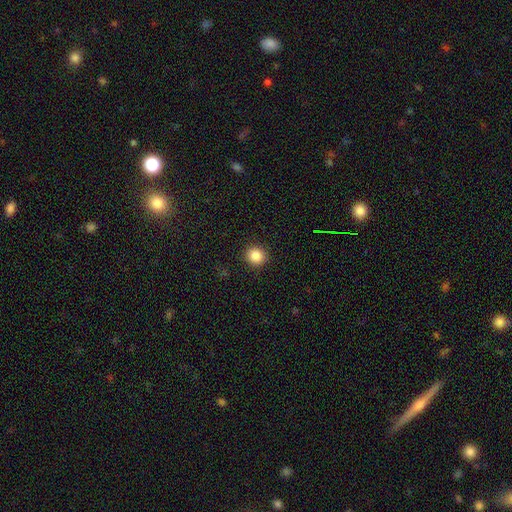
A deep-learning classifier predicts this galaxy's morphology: type=smooth (87%); roundness=round (88%); merging=none (91%).